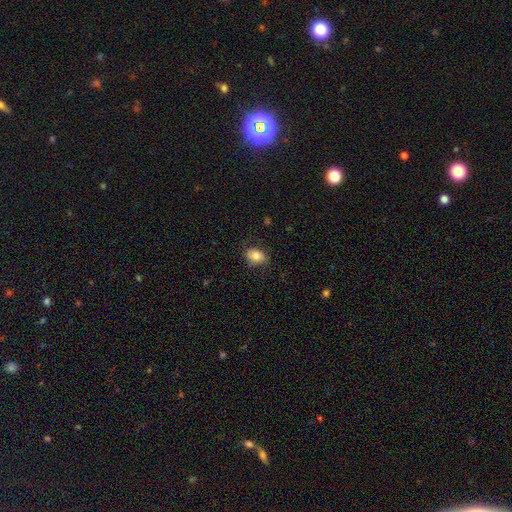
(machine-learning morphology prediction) Smooth or featured? smooth (80%)
How rounded? in between (80%)
Merging? none (73%)